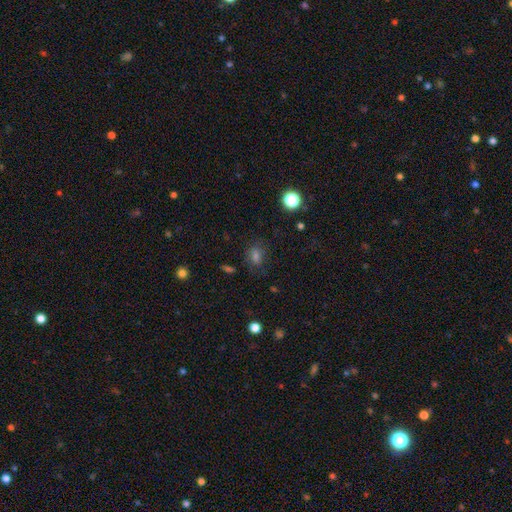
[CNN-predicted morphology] A smooth galaxy with no disk features (61%) that is in between round and cigar-shaped (65%).

Vote fractions:
- Smooth or featured? smooth: 61% / star or artifact: 27% / featured or disk: 12%
- How rounded? in between: 65% / round: 33% / cigar-shaped: 2%
- Merging? none: 72% / minor disturbance: 17% / major disturbance: 8% / merger: 3%